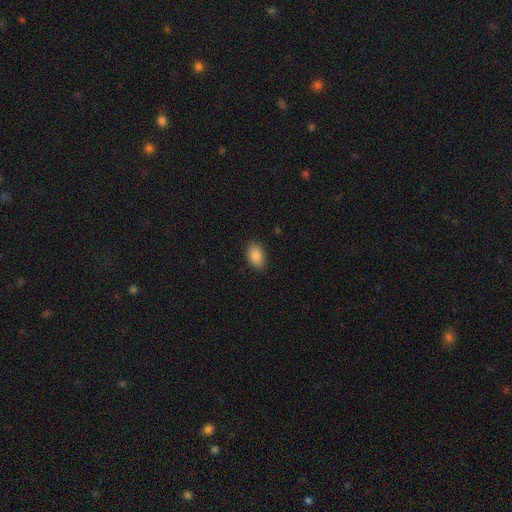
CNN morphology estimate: Smooth or featured? Predicted: smooth (p=0.87). How rounded? Predicted: in between (p=0.91). Merging? Predicted: none (p=0.87).